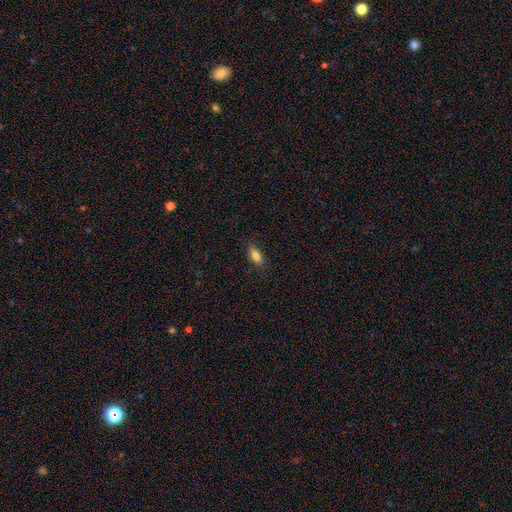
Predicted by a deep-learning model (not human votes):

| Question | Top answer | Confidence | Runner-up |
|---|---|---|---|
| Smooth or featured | smooth | 83% | star or artifact (8%) |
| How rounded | in between | 83% | cigar-shaped (12%) |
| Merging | none | 83% | minor disturbance (13%) |